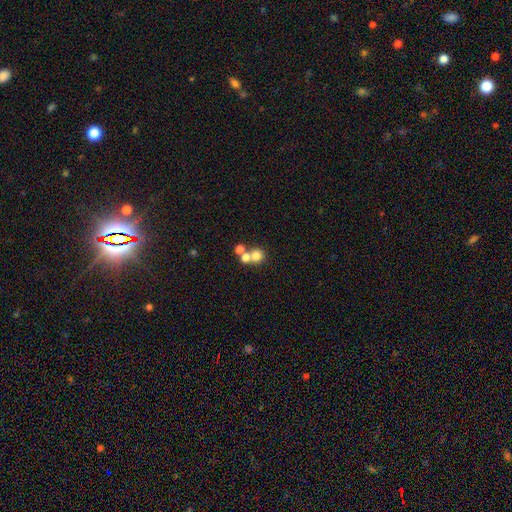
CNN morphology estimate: smooth-or-featured: smooth: 72% | star or artifact: 14% | featured or disk: 14%
  how-rounded: round: 86% | in between: 13% | cigar-shaped: 1%
  merging: none: 45% (tied) | merger: 45% (tied) | minor disturbance: 6% | major disturbance: 4%